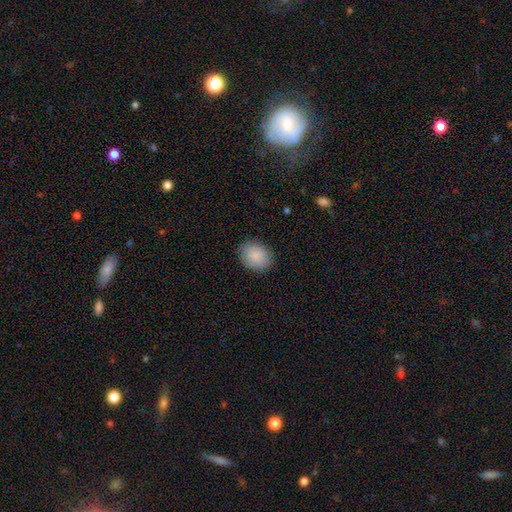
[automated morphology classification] A smooth galaxy with no disk features (87%) that is in between round and cigar-shaped (51%). Merging: none (85%).